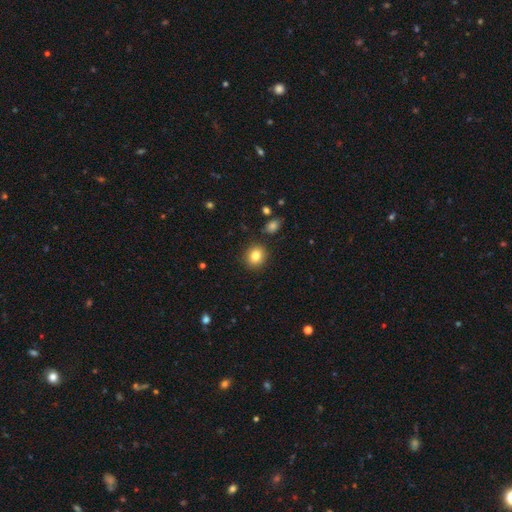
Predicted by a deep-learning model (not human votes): Smooth or featured? smooth (82%)
How rounded? round (73%)
Merging? none (88%)